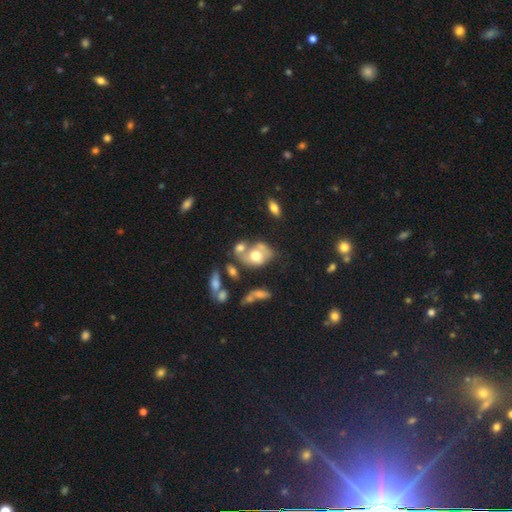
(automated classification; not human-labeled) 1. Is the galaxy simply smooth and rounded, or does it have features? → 51% smooth, 40% featured or disk, 9% star or artifact.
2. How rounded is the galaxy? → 71% in between, 28% round, 2% cigar-shaped.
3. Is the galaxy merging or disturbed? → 37% merger, 30% none, 19% minor disturbance, 15% major disturbance.